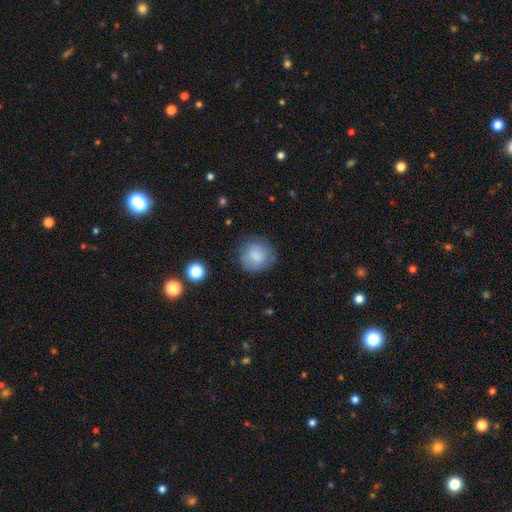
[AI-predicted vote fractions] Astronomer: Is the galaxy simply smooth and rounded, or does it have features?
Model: smooth — 81%.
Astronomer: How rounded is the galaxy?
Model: round — 88%.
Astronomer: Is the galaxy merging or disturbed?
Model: none — 75%.